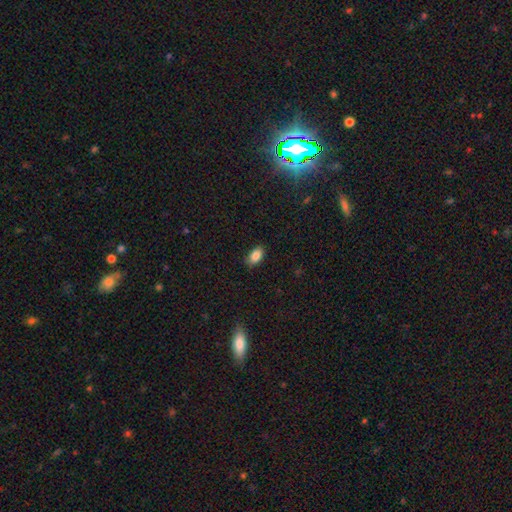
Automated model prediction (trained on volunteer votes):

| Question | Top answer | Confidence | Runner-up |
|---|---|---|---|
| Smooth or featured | smooth | 86% | star or artifact (8%) |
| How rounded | in between | 90% | round (8%) |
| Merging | none | 85% | minor disturbance (12%) |